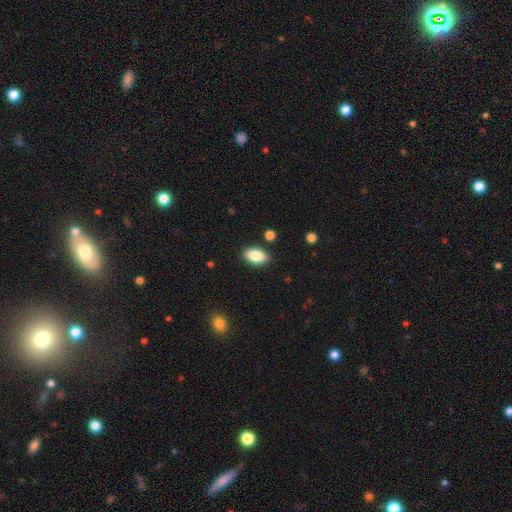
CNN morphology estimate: smooth-or-featured: smooth: 85% | star or artifact: 7% | featured or disk: 7%
  how-rounded: in between: 92% | round: 5% | cigar-shaped: 3%
  merging: none: 87% | minor disturbance: 9% | major disturbance: 2% | merger: 2%